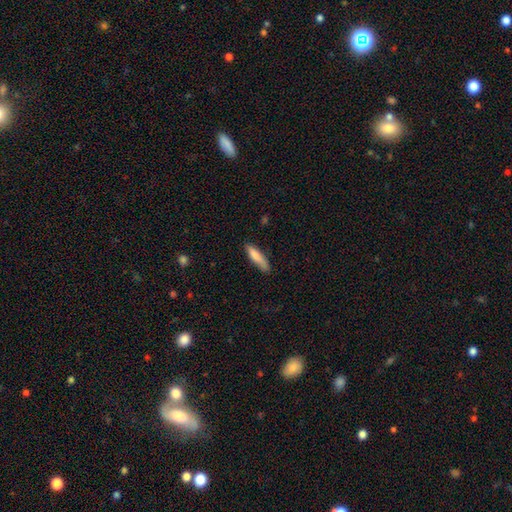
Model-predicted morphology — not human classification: The model was most divided on "how rounded": cigar-shaped: 73%, in between: 25%, round: 1%. More confident: smooth or featured — smooth (82%); merging — none (74%).